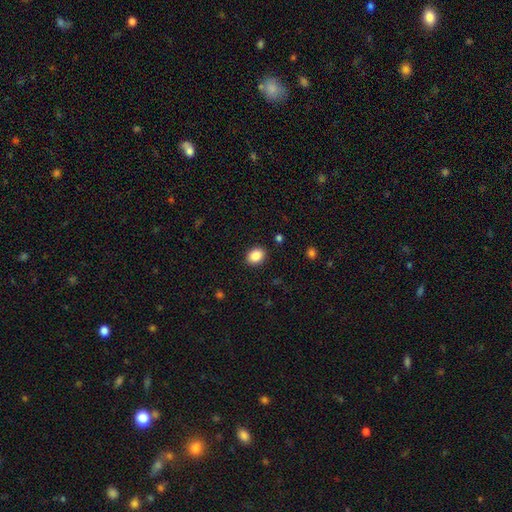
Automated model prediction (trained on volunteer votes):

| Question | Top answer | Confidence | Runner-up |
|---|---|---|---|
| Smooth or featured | smooth | 88% | star or artifact (8%) |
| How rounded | in between | 62% | round (38%) |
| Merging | none | 89% | minor disturbance (7%) |